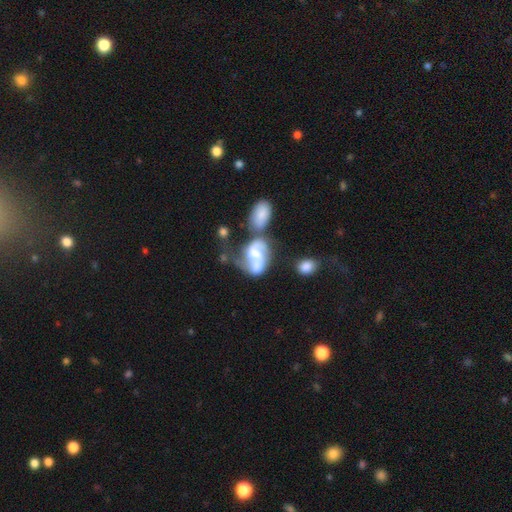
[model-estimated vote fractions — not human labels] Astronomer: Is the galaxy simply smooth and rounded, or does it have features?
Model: featured or disk — 66%.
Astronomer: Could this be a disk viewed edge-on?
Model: no — 97%.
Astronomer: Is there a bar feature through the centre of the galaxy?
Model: no — 59%.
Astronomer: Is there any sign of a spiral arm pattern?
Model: yes — 74%.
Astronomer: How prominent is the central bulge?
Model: moderate — 32% (runner-up: large, 27%).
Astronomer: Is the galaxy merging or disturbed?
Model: merger — 50%.